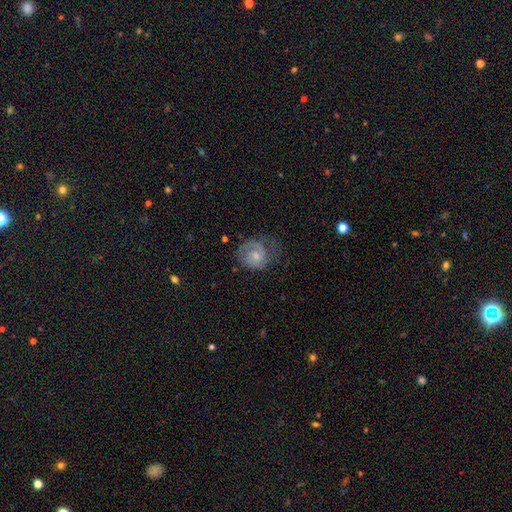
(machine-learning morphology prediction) type=featured or disk (67%); edge-on=no (98%); bar=no (56%); spiral arms=yes (91%); winding=tight (46%); arm count=2 (51%); bulge=small (53%); merging=none (55%).